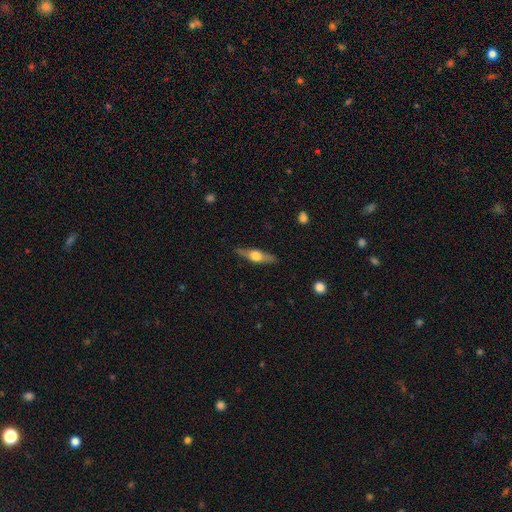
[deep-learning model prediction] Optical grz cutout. It shows a featured or disk galaxy (59%) viewed edge-on (94%) with a rounded central bulge (93%). Merging: none (86%).